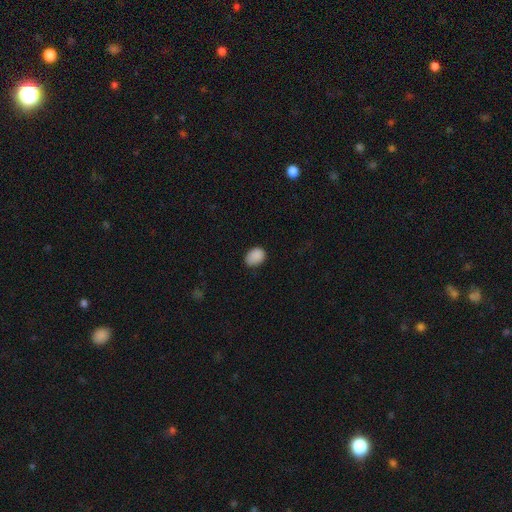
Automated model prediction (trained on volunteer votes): Smooth or featured: smooth — 88% (star or artifact — 9%)
How rounded: in between — 69% (round — 31%)
Merging: none — 76% (minor disturbance — 20%)